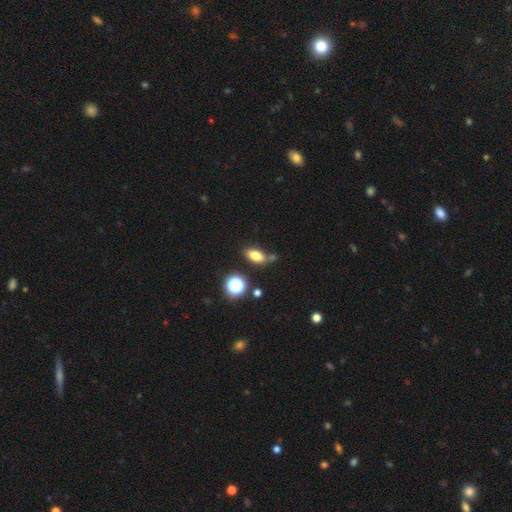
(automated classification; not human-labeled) This appears to be a smooth galaxy with no disk features (76%) that is in between round and cigar-shaped (81%). Merging: none (67%).